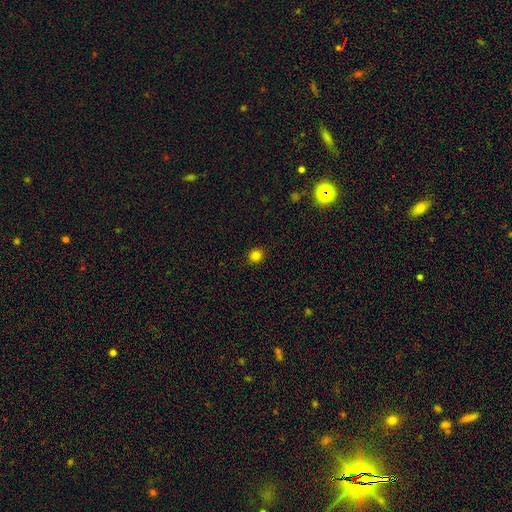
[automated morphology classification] The model was most divided on "smooth or featured": smooth: 81%, star or artifact: 14%, featured or disk: 4%. More confident: merging — none (91%); how rounded — round (89%).